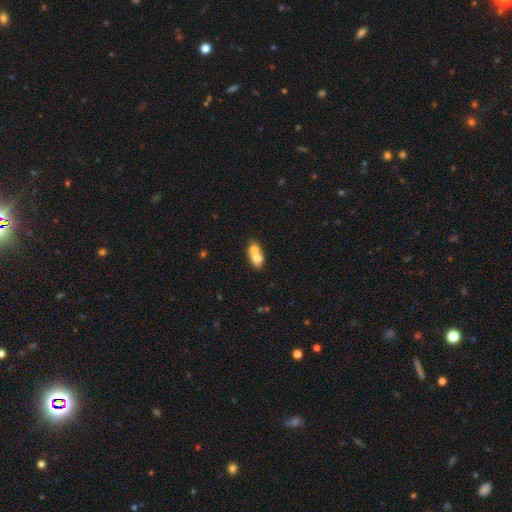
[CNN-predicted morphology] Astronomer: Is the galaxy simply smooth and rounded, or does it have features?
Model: smooth — 65%.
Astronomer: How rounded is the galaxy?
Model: in between — 70%.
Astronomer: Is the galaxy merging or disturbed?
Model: merger — 63%.